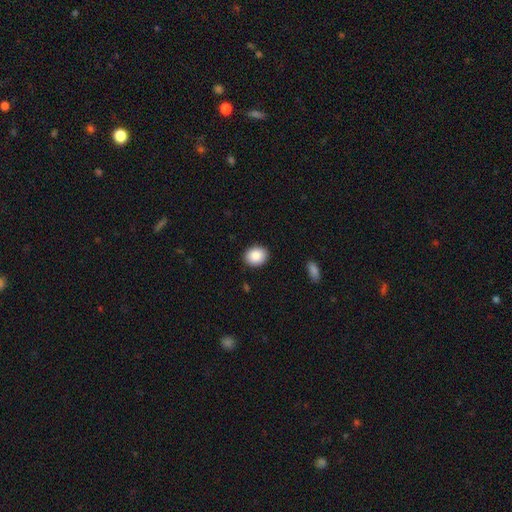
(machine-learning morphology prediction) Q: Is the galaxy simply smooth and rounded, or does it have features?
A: smooth — 88%.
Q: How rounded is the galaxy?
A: round — 52%.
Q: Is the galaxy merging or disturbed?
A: none — 90%.